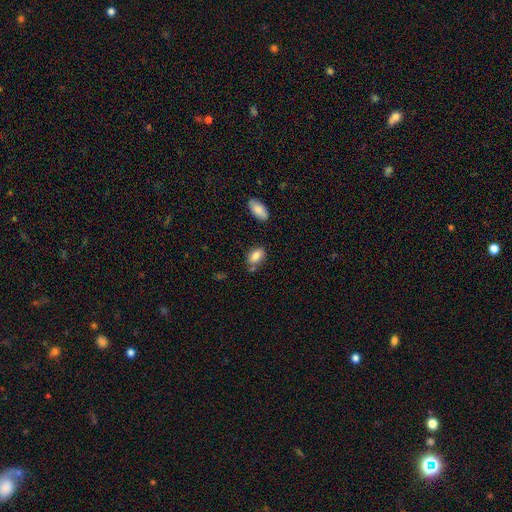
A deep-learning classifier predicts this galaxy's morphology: This is clearly a smooth galaxy (82%). How rounded: clearly in between (89%). Merging: likely none (66%).